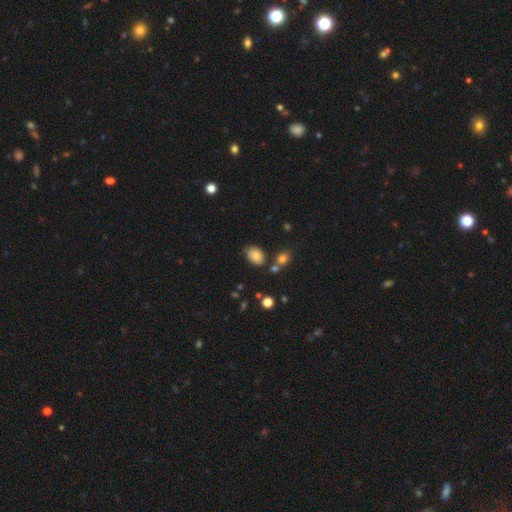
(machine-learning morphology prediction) smooth-or-featured: smooth: 83% | star or artifact: 10% | featured or disk: 7%
  how-rounded: in between: 77% | round: 22% | cigar-shaped: 1%
  merging: none: 68% | minor disturbance: 18% | merger: 9% | major disturbance: 5%